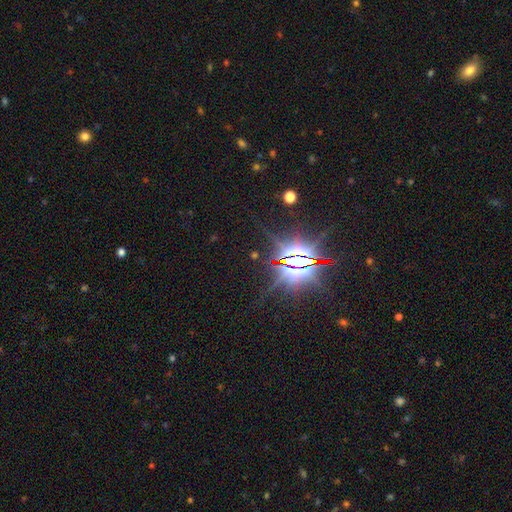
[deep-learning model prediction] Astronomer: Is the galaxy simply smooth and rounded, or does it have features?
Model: star or artifact — 82%.